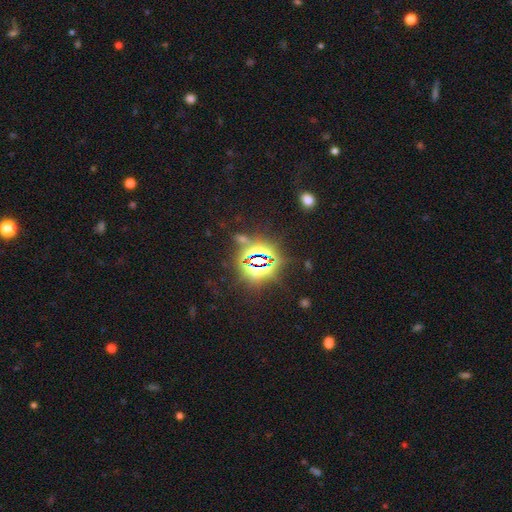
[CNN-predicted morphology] star or artifact 83%, smooth 10%, featured or disk 8%.